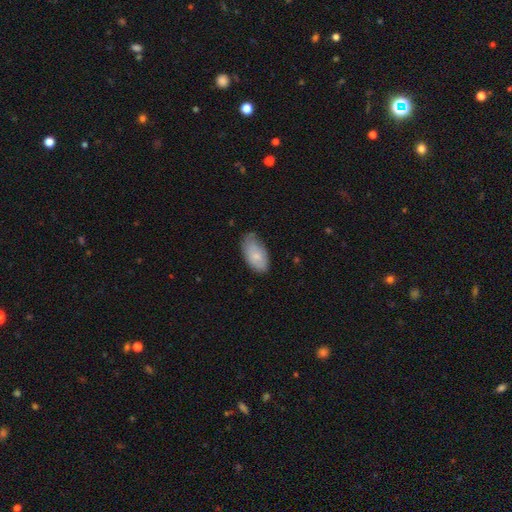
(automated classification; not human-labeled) smooth 78%, featured or disk 16%, star or artifact 6%. Down the decision tree: how rounded — in between (94%); merging — none (62%).